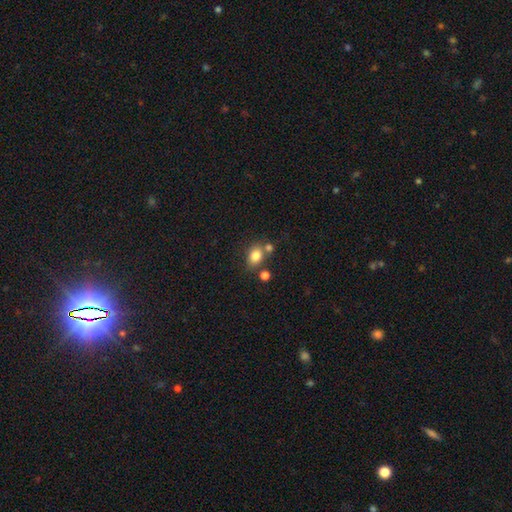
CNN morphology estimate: Smooth or featured? Predicted: smooth (p=0.81). How rounded? Predicted: in between (p=0.59). Merging? Predicted: none (p=0.61).